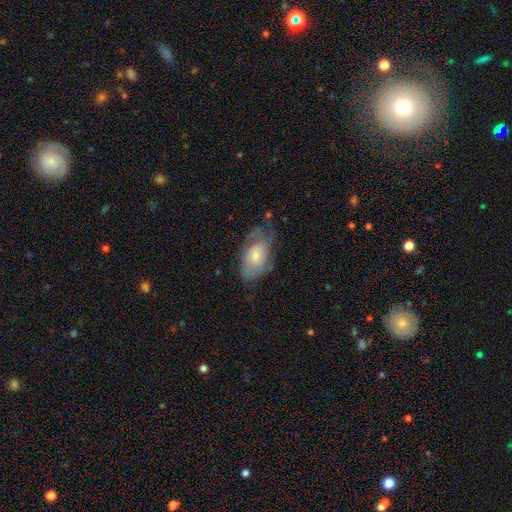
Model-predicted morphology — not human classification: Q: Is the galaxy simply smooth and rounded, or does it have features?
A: smooth — 48%.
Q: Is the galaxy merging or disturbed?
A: none — 43%.